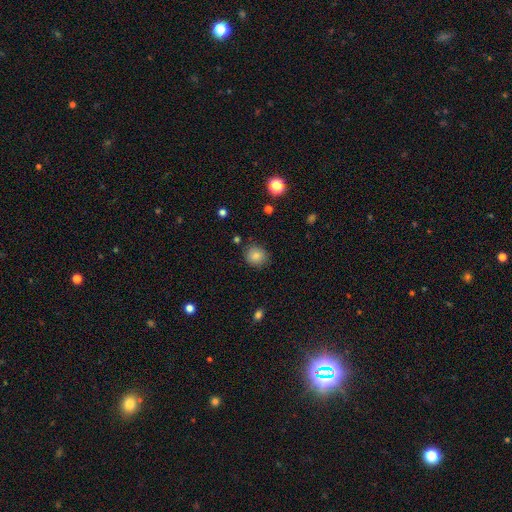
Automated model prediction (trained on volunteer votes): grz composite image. It shows a smooth galaxy with no disk features (83%) that is round (79%). Merging: none (84%).